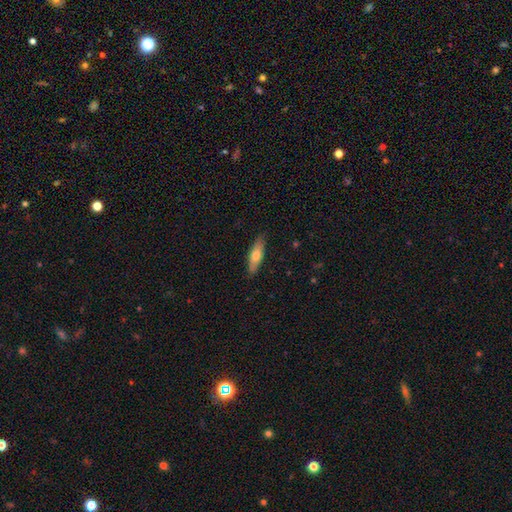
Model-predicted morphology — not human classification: Overall: smooth (63%; featured or disk 31%). How rounded: cigar-shaped (53%; in between 44%). Merging: none (87%).